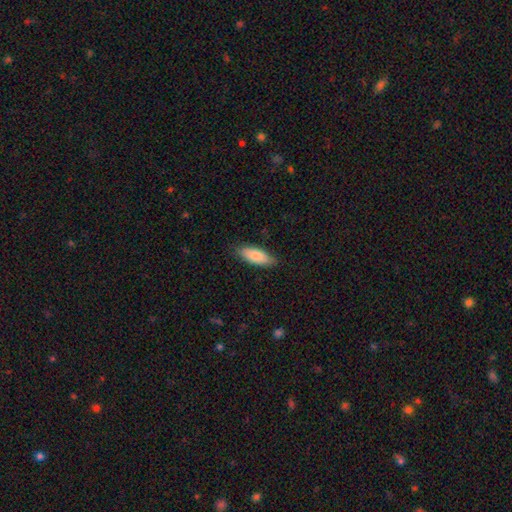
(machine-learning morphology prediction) smooth_or_featured: smooth (p=0.84) [alt: featured or disk p=0.10]
how_rounded: in between (p=0.74) [alt: cigar-shaped p=0.24]
merging: none (p=0.84) [alt: minor disturbance p=0.13]